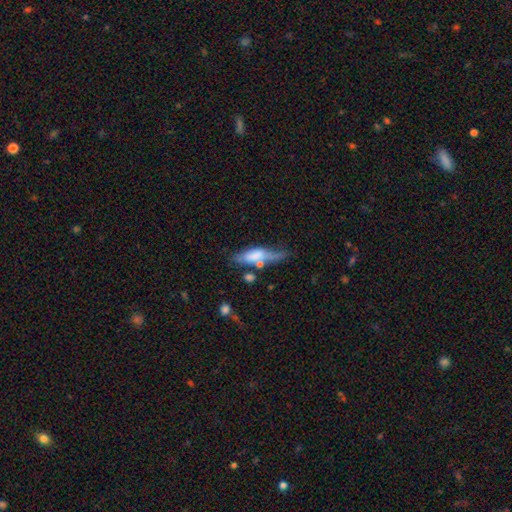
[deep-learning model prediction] Overall: smooth (61%; featured or disk 31%). How rounded: cigar-shaped (49%; in between 48%). Merging: none (37%; minor disturbance 27%).